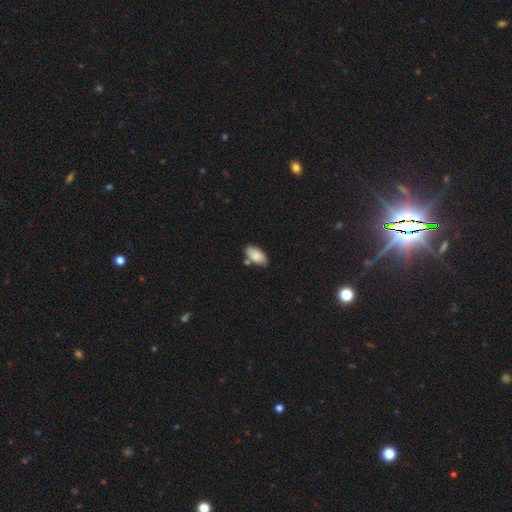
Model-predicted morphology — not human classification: smooth_or_featured: smooth (p=0.83) [alt: featured or disk p=0.10]
how_rounded: in between (p=0.94) [alt: cigar-shaped p=0.03]
merging: none (p=0.68) [alt: minor disturbance p=0.19]